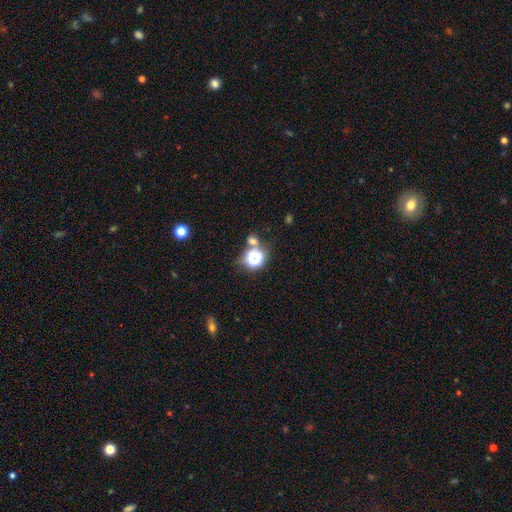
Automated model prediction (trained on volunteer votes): smooth_or_featured: star or artifact (p=0.48) [alt: smooth p=0.43]